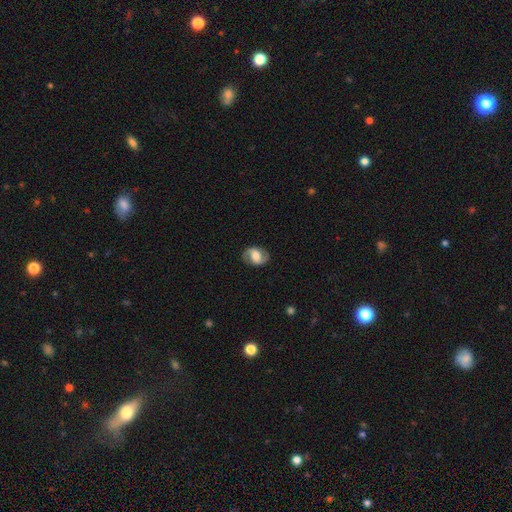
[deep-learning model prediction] The model was most divided on "bar": weak: 44%, no: 34%, strong: 22%. Remaining: edge-on disk — no (97%); spiral arm count — 2 (91%); spiral arms — yes (90%); merging — none (83%); smooth or featured — featured or disk (71%); bulge size — moderate (49%); spiral winding — medium (47%).